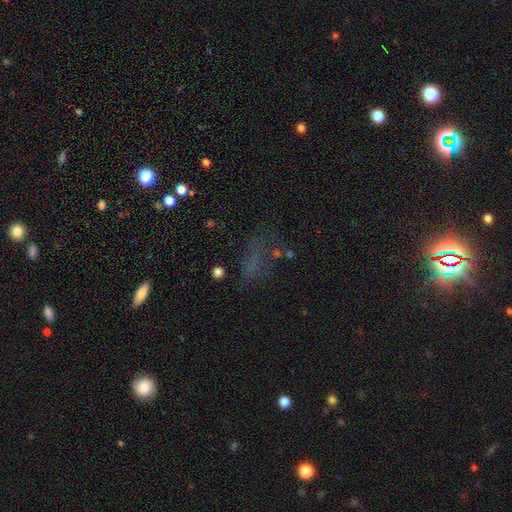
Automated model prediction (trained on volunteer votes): smooth-or-featured: star or artifact: 44% | smooth: 36% | featured or disk: 20%